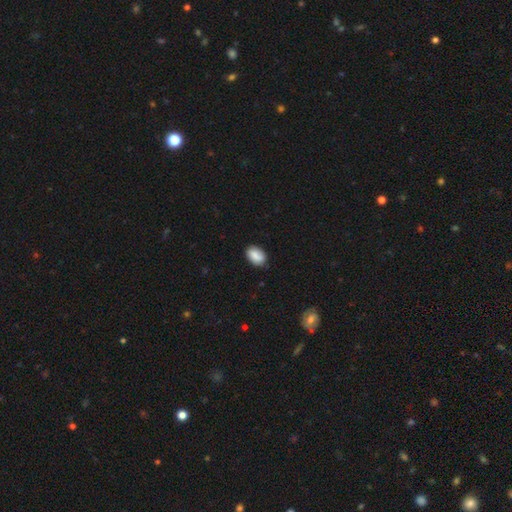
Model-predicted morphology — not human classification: Overall: smooth (83%). How rounded: in between (87%). Merging: none (81%).